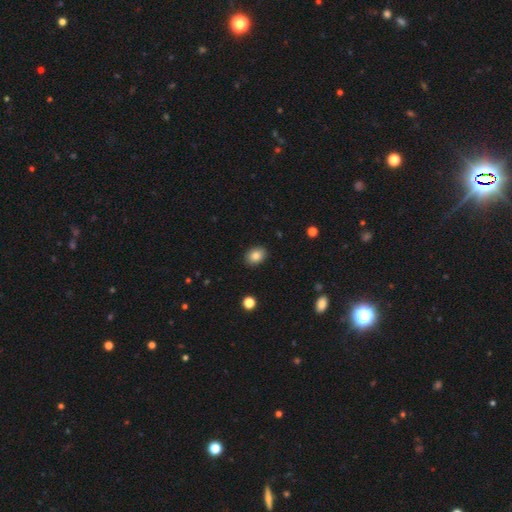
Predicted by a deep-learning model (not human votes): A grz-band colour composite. It shows a smooth galaxy with no disk features (85%) that is in between round and cigar-shaped (69%). Merging: none (89%).